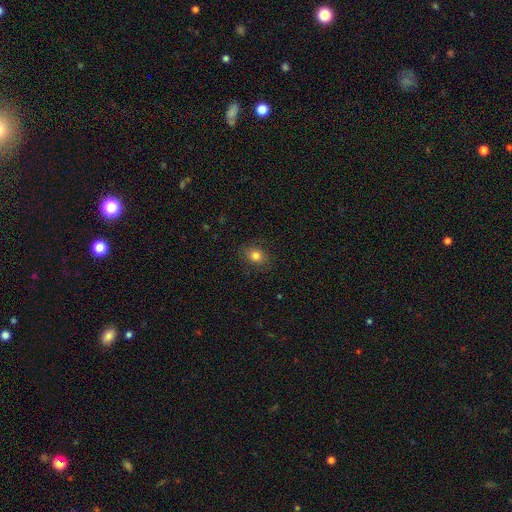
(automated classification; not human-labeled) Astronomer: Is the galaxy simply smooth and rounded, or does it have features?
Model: smooth — 81%.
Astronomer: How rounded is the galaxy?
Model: in between — 51% (runner-up: round, 48%).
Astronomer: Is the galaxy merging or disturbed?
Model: none — 85%.